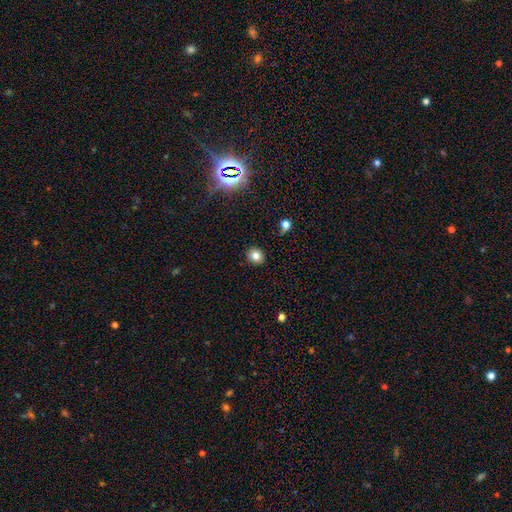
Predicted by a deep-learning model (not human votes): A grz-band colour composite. It shows a smooth galaxy with no disk features (79%) that is round (82%). Merging: none (90%).